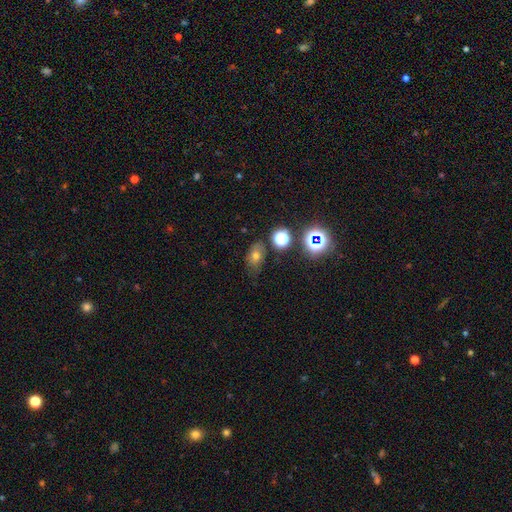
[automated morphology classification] Smooth or featured? Predicted: smooth (p=0.61). How rounded? Predicted: in between (p=0.73). Merging? Predicted: none (p=0.70).